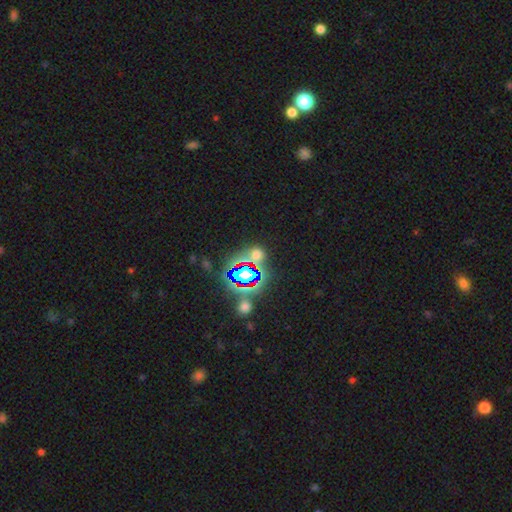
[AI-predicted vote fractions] A star or artifact, not a galaxy (54%).